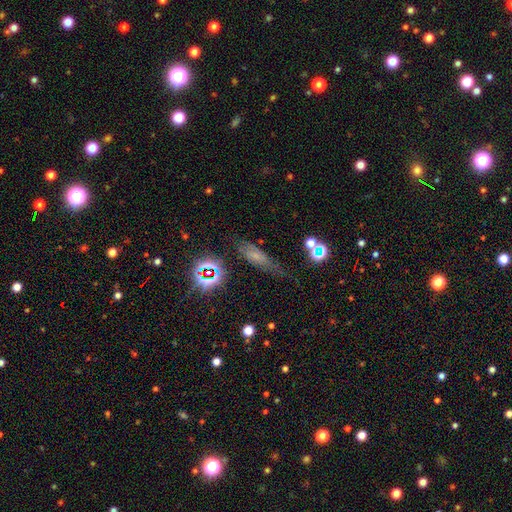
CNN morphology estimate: This appears to be a smooth galaxy with no disk features (42%). Merging: none (54%).